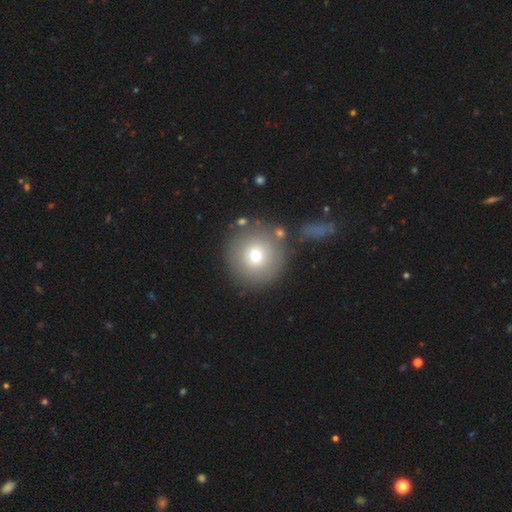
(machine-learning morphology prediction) Smooth or featured?
  - smooth: 72% *
  - featured or disk: 17%
  - star or artifact: 11%
How rounded?
  - round: 95% *
  - in between: 4%
  - cigar-shaped: 1%
Merging?
  - none: 79% *
  - minor disturbance: 9%
  - merger: 7%
  - major disturbance: 4%